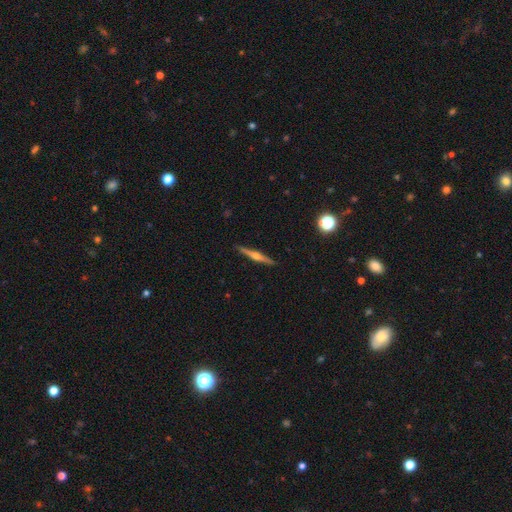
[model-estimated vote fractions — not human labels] The model was most divided on "smooth or featured": featured or disk: 76%, smooth: 17%, star or artifact: 6%. More confident: edge-on disk — yes (98%); merging — none (91%); edge-on bulge — rounded (91%).